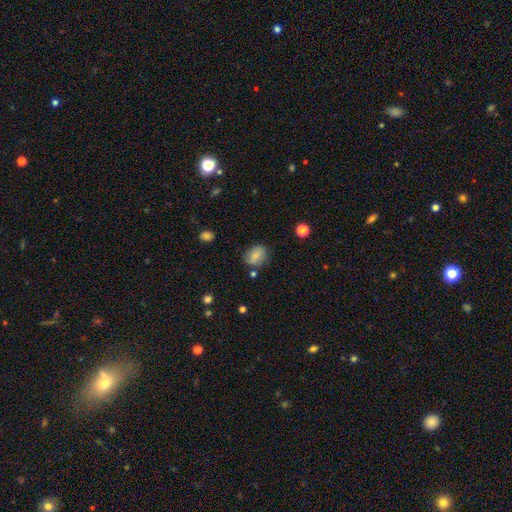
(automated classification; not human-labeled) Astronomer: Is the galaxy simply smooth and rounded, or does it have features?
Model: smooth — 78%.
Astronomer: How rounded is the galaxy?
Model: in between — 62%.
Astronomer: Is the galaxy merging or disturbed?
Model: none — 72%.